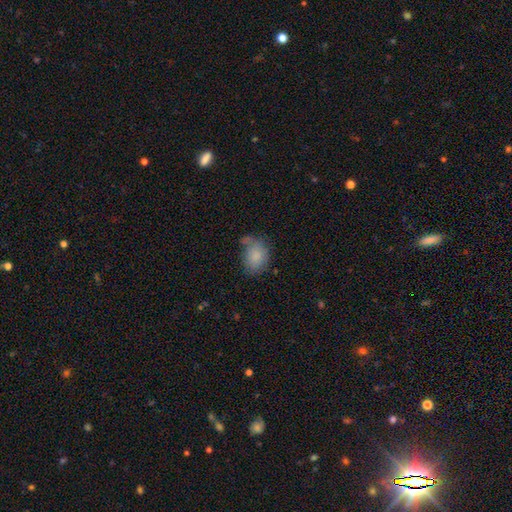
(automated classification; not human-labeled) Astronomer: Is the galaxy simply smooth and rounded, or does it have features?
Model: smooth — 82%.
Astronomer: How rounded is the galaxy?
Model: in between — 65%.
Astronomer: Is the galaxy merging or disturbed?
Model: none — 51% (runner-up: minor disturbance, 28%).